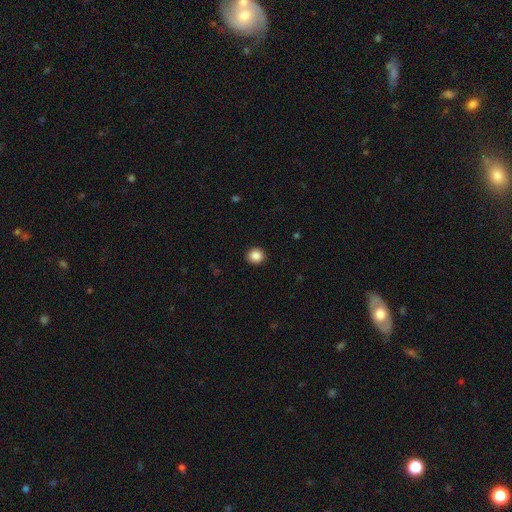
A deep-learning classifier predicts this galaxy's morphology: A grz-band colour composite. It shows a smooth galaxy with no disk features (87%) that is round (89%). Merging: none (93%).